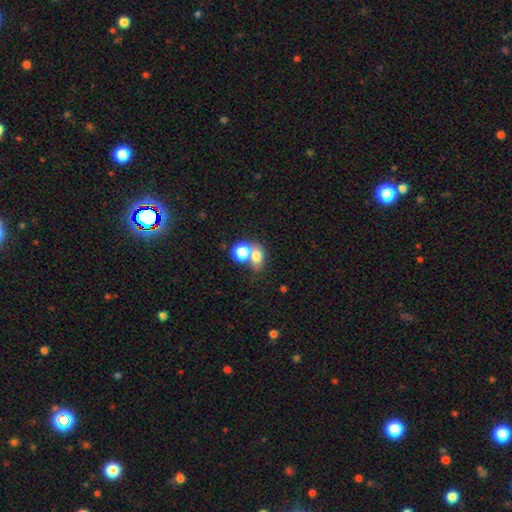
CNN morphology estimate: Smooth or featured? Predicted: smooth (p=0.75). How rounded? Predicted: in between (p=0.54). Merging? Predicted: merger (p=0.52).